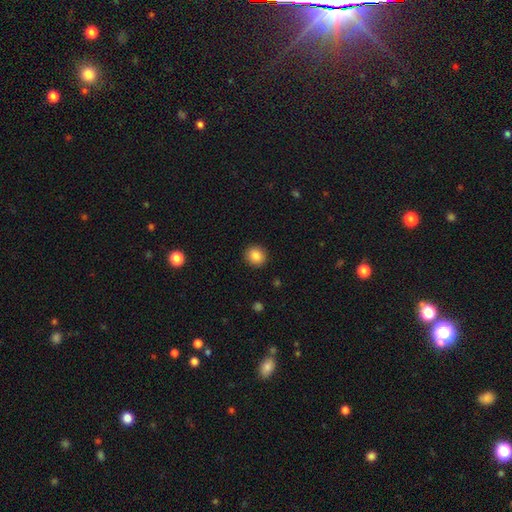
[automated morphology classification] smooth 87%, star or artifact 9%, featured or disk 4%. Down the decision tree: how rounded — round (83%); merging — none (91%).